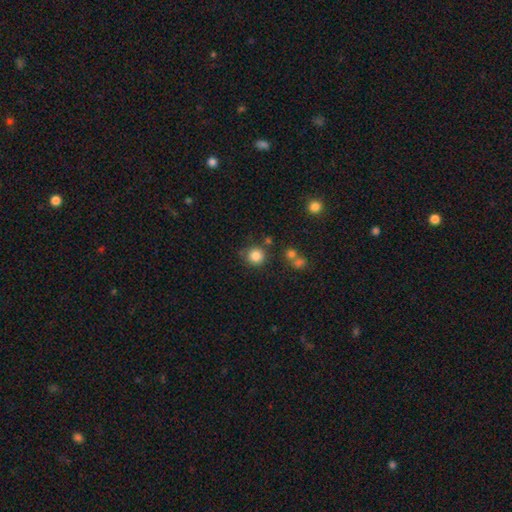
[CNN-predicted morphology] Q: Smooth or featured?
A: smooth (83%); runner-up: star or artifact (11%)
Q: How rounded?
A: round (93%); runner-up: in between (6%)
Q: Merging?
A: none (77%); runner-up: minor disturbance (12%)